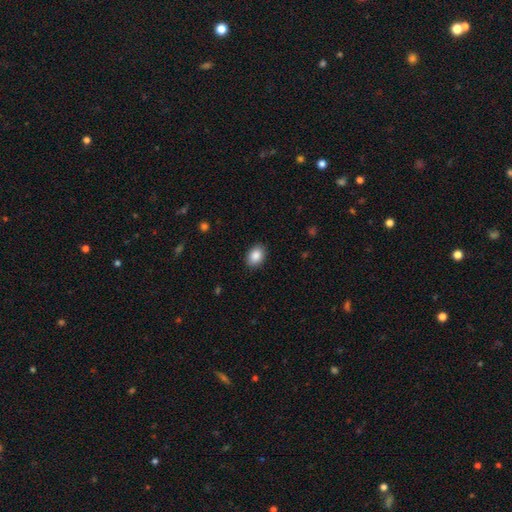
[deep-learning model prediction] smooth 88%, star or artifact 7%, featured or disk 4%. Down the decision tree: how rounded — in between (77%); merging — none (89%).